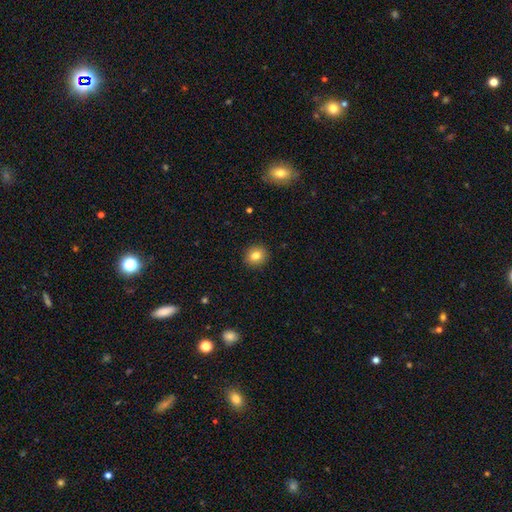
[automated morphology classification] smooth-or-featured: smooth: 81% | star or artifact: 10% | featured or disk: 8%
  how-rounded: round: 87% | in between: 12% | cigar-shaped: 1%
  merging: none: 92% | minor disturbance: 6% | major disturbance: 2% | merger: 1%